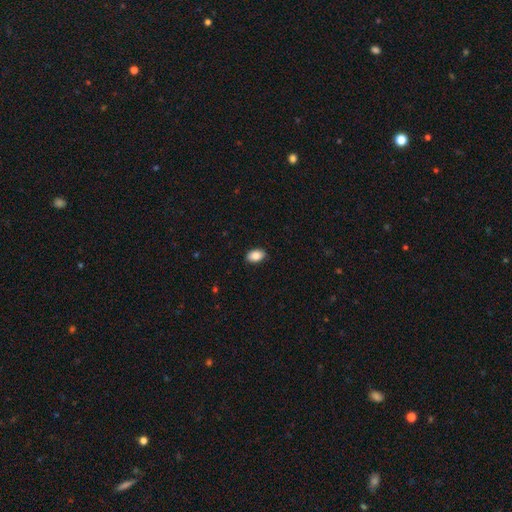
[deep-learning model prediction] Smooth or featured: smooth — 88% (star or artifact — 7%)
How rounded: in between — 91% (round — 7%)
Merging: none — 88% (minor disturbance — 9%)